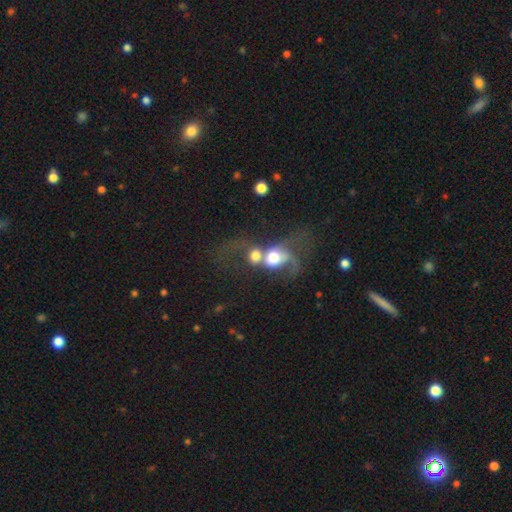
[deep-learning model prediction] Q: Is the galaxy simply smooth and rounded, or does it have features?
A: smooth — 51%.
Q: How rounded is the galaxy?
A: round — 63%.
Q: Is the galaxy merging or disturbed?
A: merger — 73%.